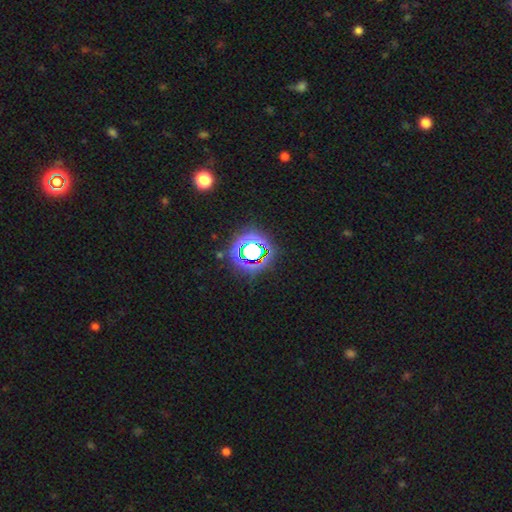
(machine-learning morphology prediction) star or artifact 64%, smooth 23%, featured or disk 13%.